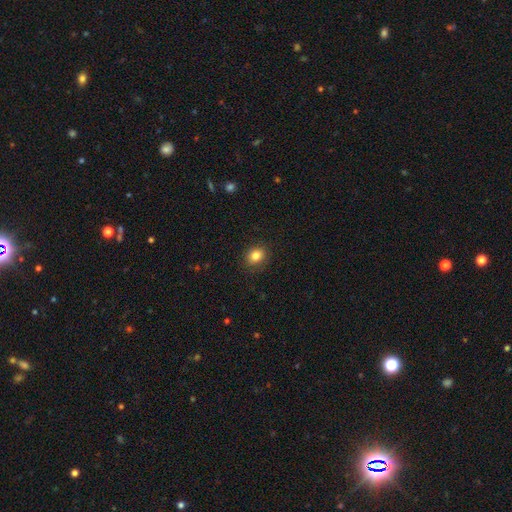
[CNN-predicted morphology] Q: Smooth or featured?
A: smooth (83%); runner-up: star or artifact (11%)
Q: How rounded?
A: round (61%); runner-up: in between (38%)
Q: Merging?
A: none (88%); runner-up: minor disturbance (8%)